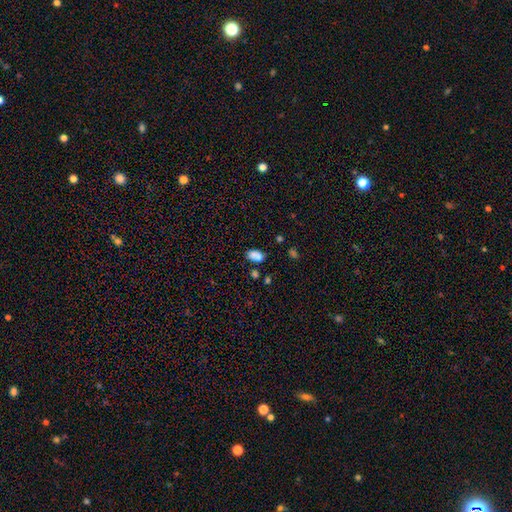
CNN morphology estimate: Smooth or featured: smooth — 82% (star or artifact — 12%)
How rounded: in between — 89% (round — 9%)
Merging: none — 65% (minor disturbance — 19%)